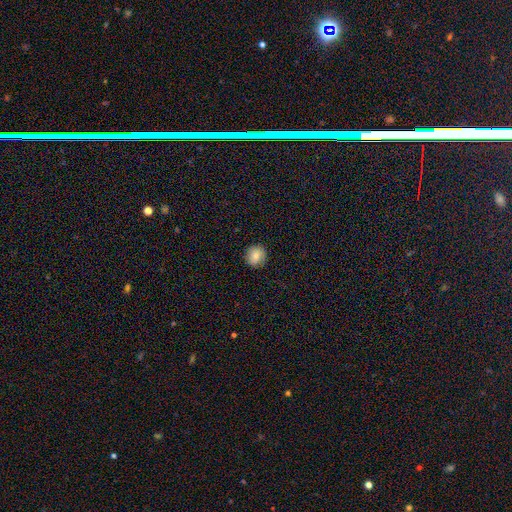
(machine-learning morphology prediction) A smooth galaxy with no disk features (75%) that is round (86%).

Vote fractions:
- Smooth or featured? smooth: 75% / featured or disk: 16% / star or artifact: 9%
- How rounded? round: 86% / in between: 13% / cigar-shaped: 1%
- Merging? none: 83% / minor disturbance: 13% / major disturbance: 3% / merger: 1%